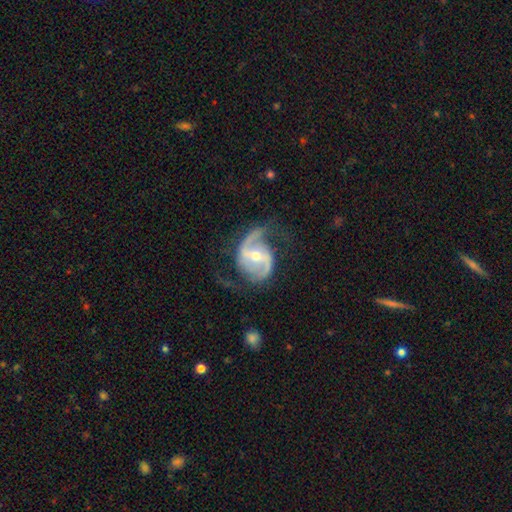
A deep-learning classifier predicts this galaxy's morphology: This is clearly a featured or disk galaxy (90%). It is clearly not viewed edge-on (98%). Bar: marginally weak (41%). Spiral arm pattern: clearly yes (97%). Spiral arm count: clearly 2 (91%). Spiral winding: possibly medium (46%). Central bulge: possibly moderate (50%). Merging: likely none (66%).